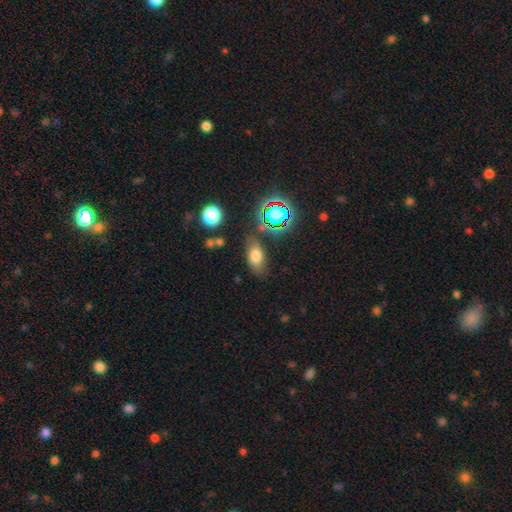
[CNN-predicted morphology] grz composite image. It shows a smooth galaxy with no disk features (68%) that is in between round and cigar-shaped (84%). Merging: none (74%).